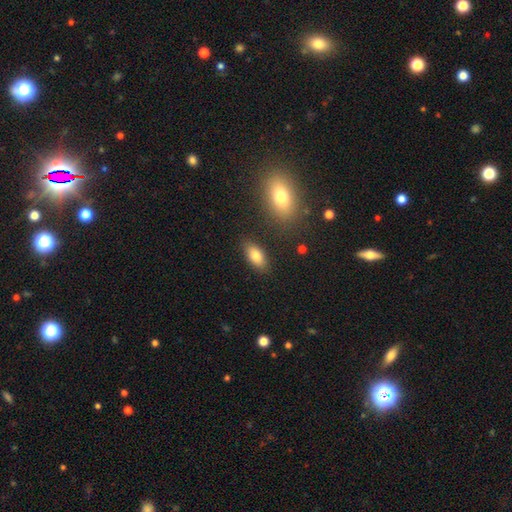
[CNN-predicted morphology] smooth 82%, featured or disk 11%, star or artifact 8%. Down the decision tree: how rounded — in between (89%); merging — none (84%).